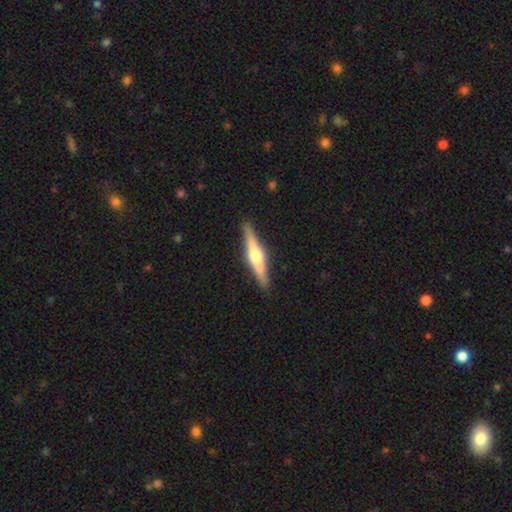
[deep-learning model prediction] This is likely a featured or disk galaxy (66%). It is clearly viewed edge-on (97%). Edge-on bulge: clearly rounded (86%). Merging: clearly none (88%).